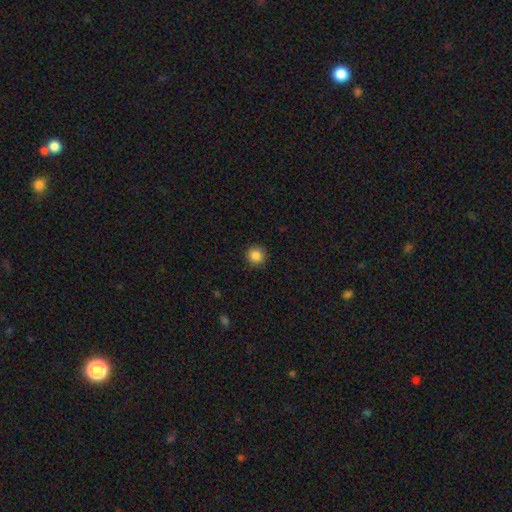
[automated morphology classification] smooth-or-featured: smooth: 87% | star or artifact: 10% | featured or disk: 3%
  how-rounded: round: 93% | in between: 6% | cigar-shaped: 1%
  merging: none: 91% | minor disturbance: 6% | major disturbance: 2% | merger: 1%